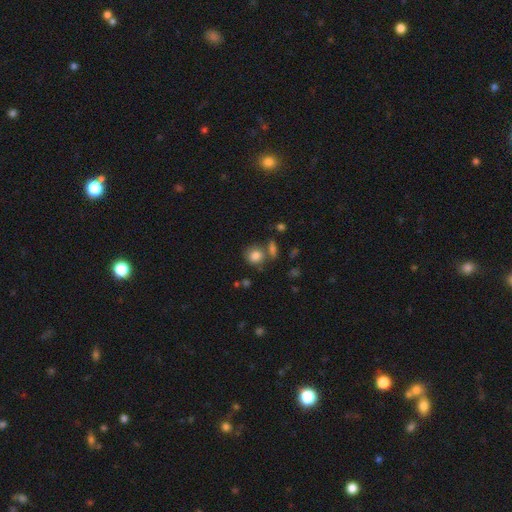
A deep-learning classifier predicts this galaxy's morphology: smooth 81%, star or artifact 10%, featured or disk 9%. Down the decision tree: how rounded — round (76%); merging — none (62%).